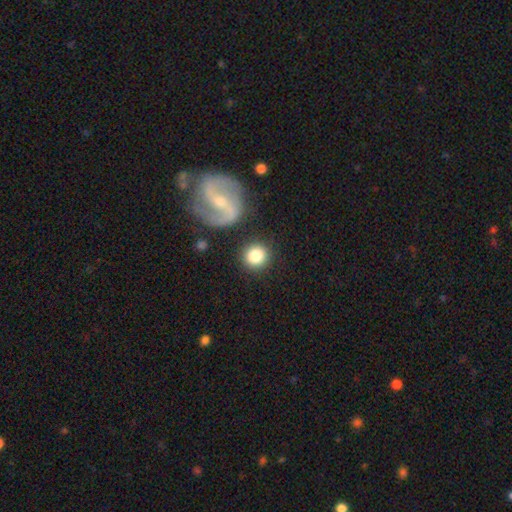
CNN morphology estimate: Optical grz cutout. It shows a smooth galaxy with no disk features (81%) that is round (91%). Merging: none (83%).